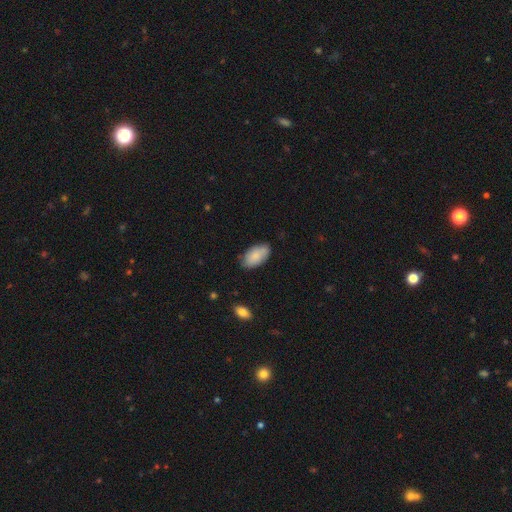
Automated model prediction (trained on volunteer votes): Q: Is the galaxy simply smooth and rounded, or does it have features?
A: smooth — 85%.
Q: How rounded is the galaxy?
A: in between — 95%.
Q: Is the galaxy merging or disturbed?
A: none — 79%.